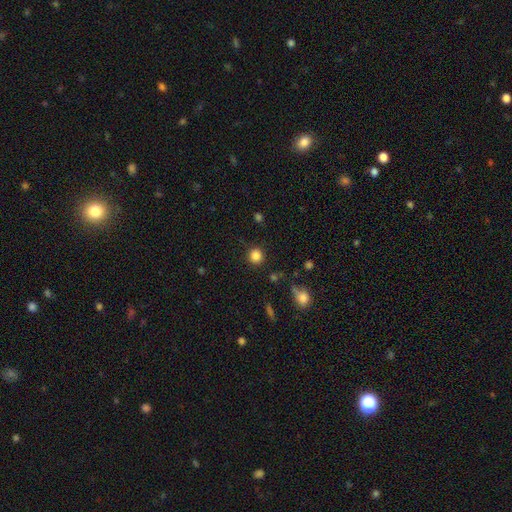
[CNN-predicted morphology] Overall: smooth (84%). How rounded: round (92%). Merging: none (88%).